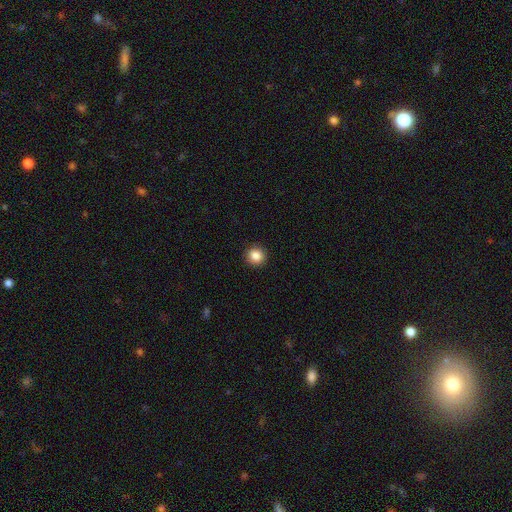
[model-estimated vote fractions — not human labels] Smooth or featured?
  - smooth: 87% *
  - star or artifact: 10%
  - featured or disk: 4%
How rounded?
  - round: 92% *
  - in between: 7%
  - cigar-shaped: 1%
Merging?
  - none: 93% *
  - minor disturbance: 5%
  - major disturbance: 2%
  - merger: 1%